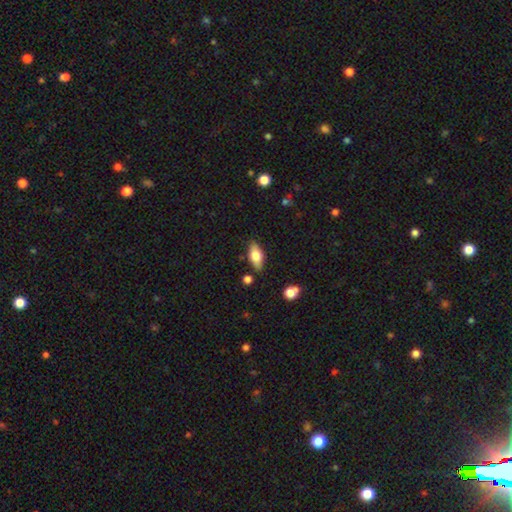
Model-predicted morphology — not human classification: This is likely a smooth galaxy (69%). How rounded: clearly in between (83%). Merging: clearly none (81%).